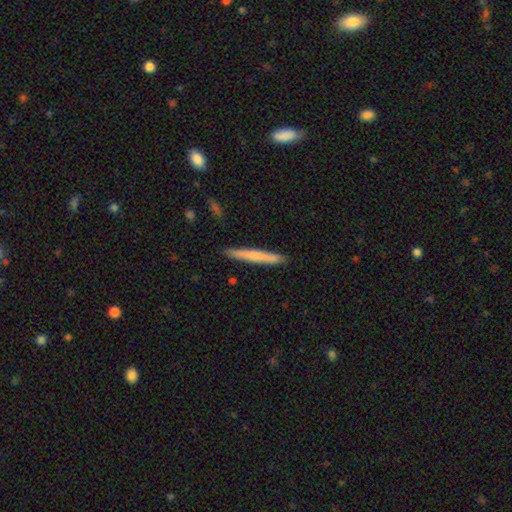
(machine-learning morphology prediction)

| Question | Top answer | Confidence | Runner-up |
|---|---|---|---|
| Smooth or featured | smooth | 68% | featured or disk (26%) |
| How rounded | cigar-shaped | 96% | in between (2%) |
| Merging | none | 91% | minor disturbance (7%) |